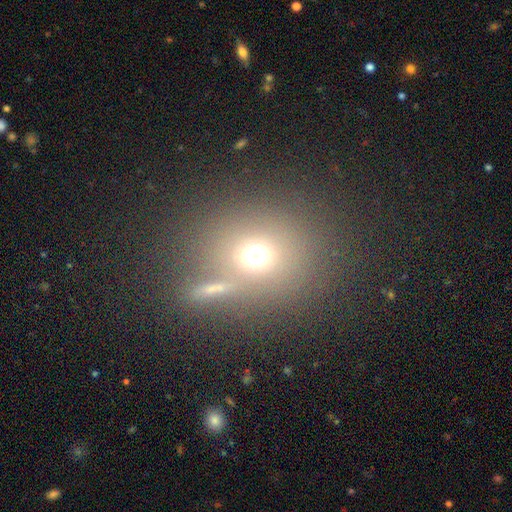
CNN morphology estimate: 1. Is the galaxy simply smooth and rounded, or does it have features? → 67% smooth, 19% star or artifact, 14% featured or disk.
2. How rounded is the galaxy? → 69% round, 29% in between, 1% cigar-shaped.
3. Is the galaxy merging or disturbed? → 63% none, 18% merger, 11% minor disturbance, 7% major disturbance.